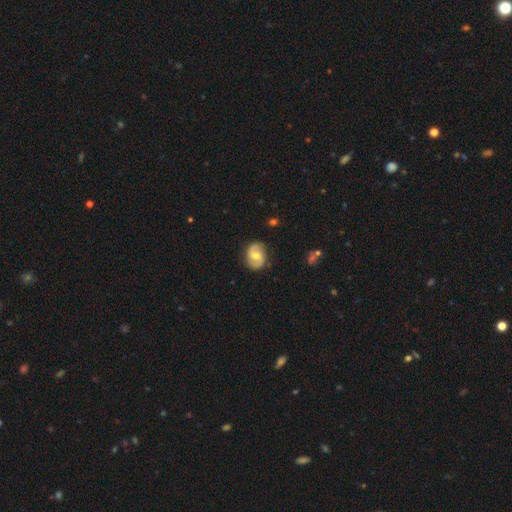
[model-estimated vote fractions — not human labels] This is likely a featured or disk galaxy (69%). It is clearly not viewed edge-on (97%). Bar: possibly weak (45%). Spiral arm pattern: clearly yes (87%). Spiral arm count: clearly 2 (90%). Spiral winding: possibly medium (46%). Central bulge: likely moderate (73%). Merging: clearly none (83%).